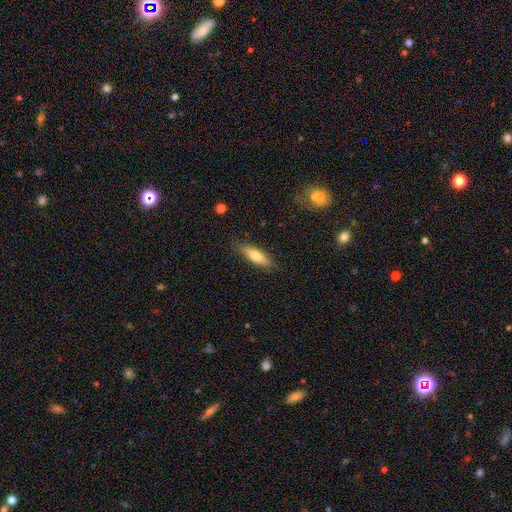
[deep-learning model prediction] A smooth galaxy with no disk features (68%) that is cigar-shaped (58%). Merging: none (84%).